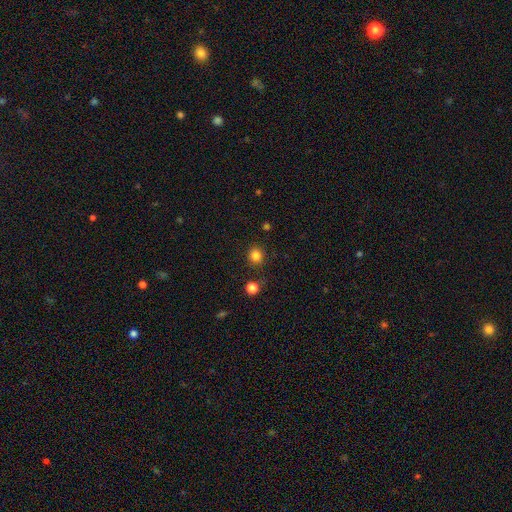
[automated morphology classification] smooth_or_featured: smooth (p=0.82) [alt: star or artifact p=0.13]
how_rounded: round (p=0.88) [alt: in between p=0.11]
merging: none (p=0.86) [alt: minor disturbance p=0.08]